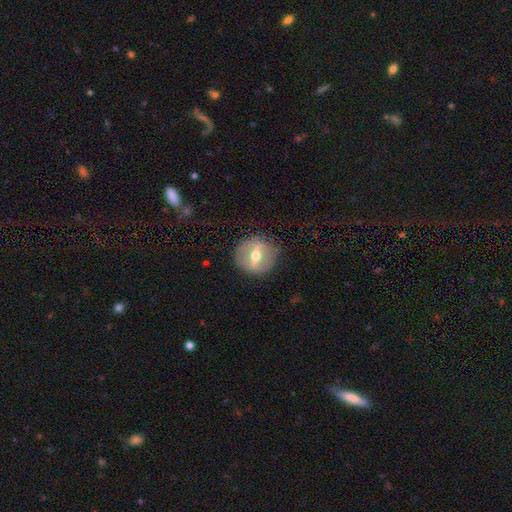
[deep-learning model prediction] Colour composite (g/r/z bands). It shows a featured or disk galaxy (67%) with a strong bar (58%), no spiral arms (73%) and a moderate central bulge (77%). Merging: none (81%).